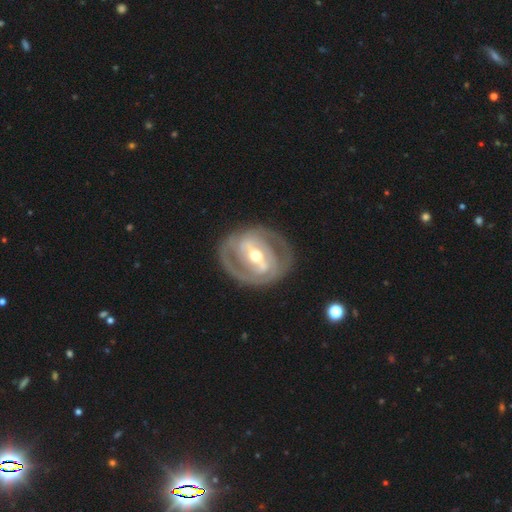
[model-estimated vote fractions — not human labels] Overall: featured or disk (83%). Edge-on disk: no (96%). Bar: strong (54%; weak 31%). Spiral arms: yes (78%). Spiral arm count: 2 (67%). Spiral winding: tight (60%; medium 31%). Bulge size: moderate (61%; small 32%). Merging: none (78%).